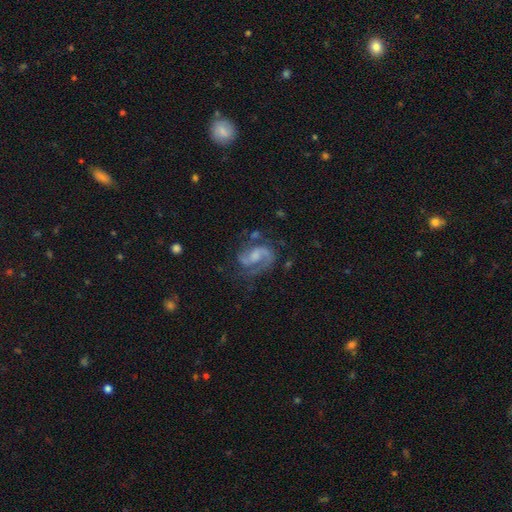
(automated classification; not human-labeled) The model was most divided on "bulge size" (2-way tie): moderate: 33%, small: 33%, none: 24%, large: 8%, dominant: 2%. Remaining: edge-on disk — no (98%); spiral arms — yes (96%); smooth or featured — featured or disk (85%); spiral arm count — 2 (85%); merging — none (60%); spiral winding — medium (54%); bar — weak (45%).